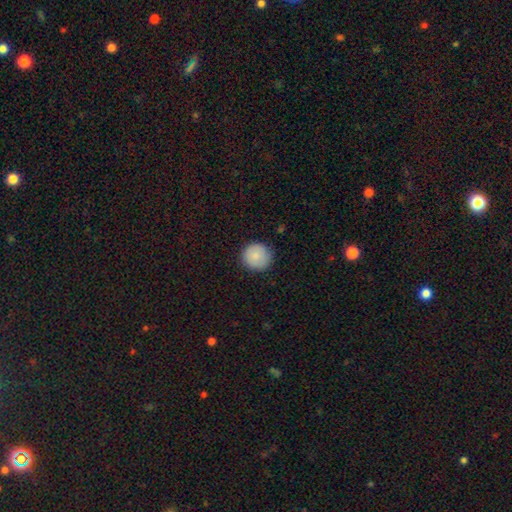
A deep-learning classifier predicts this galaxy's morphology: This appears to be a smooth galaxy with no disk features (87%) that is round (94%). Merging: none (88%).